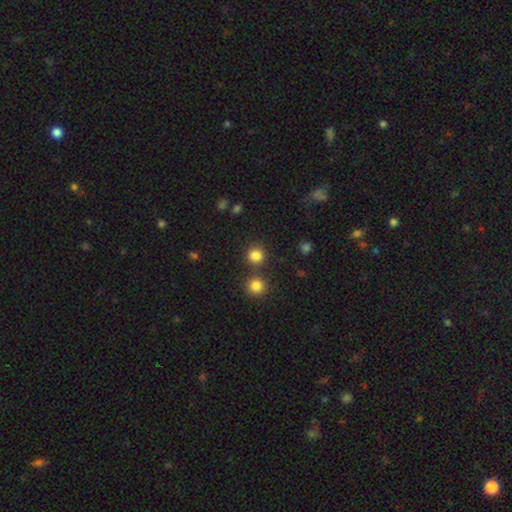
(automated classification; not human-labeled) Smooth or featured? smooth (83%)
How rounded? round (90%)
Merging? none (77%)